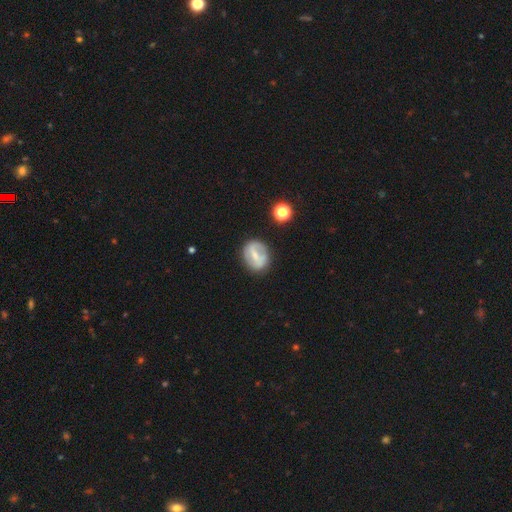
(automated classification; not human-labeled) smooth_or_featured: featured or disk (p=0.53) [alt: smooth p=0.39]
disk_edge_on: no (p=0.94) [alt: yes p=0.06]
bar: strong (p=0.52) [alt: weak p=0.34]
has_spiral_arms: no (p=0.60) [alt: yes p=0.40]
bulge_size: small (p=0.43) [alt: moderate p=0.29]
merging: none (p=0.77) [alt: minor disturbance p=0.15]